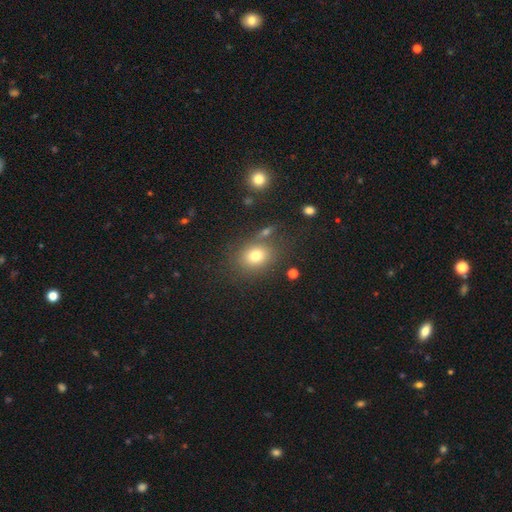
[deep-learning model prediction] Smooth or featured?
  - smooth: 75% *
  - star or artifact: 14%
  - featured or disk: 11%
How rounded?
  - round: 53% *
  - in between: 46%
  - cigar-shaped: 1%
Merging?
  - none: 73% *
  - minor disturbance: 13%
  - merger: 9%
  - major disturbance: 6%